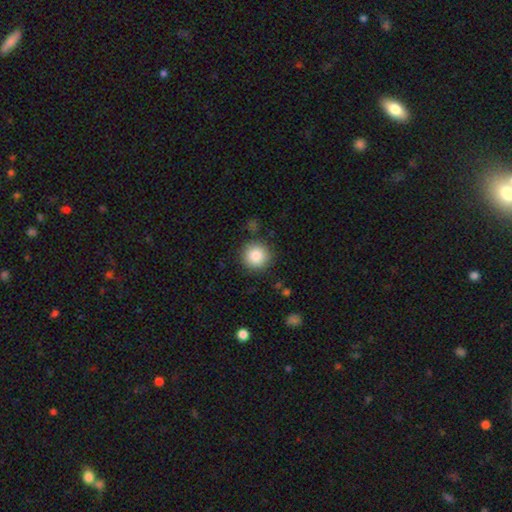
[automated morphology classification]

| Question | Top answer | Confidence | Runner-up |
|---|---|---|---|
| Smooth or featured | smooth | 86% | star or artifact (9%) |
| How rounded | round | 95% | in between (5%) |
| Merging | none | 87% | minor disturbance (9%) |